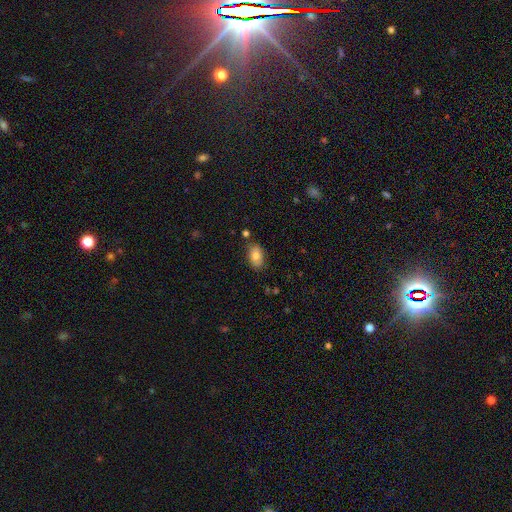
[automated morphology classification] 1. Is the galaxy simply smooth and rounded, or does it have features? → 78% smooth, 14% featured or disk, 8% star or artifact.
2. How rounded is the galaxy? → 89% in between, 10% round, 2% cigar-shaped.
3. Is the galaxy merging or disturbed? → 79% none, 15% minor disturbance, 3% merger, 3% major disturbance.